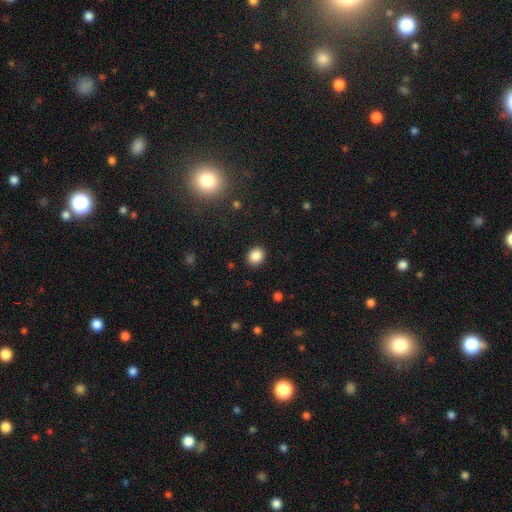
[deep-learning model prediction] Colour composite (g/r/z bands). It shows a smooth galaxy with no disk features (86%) that is round (64%). Merging: none (90%).